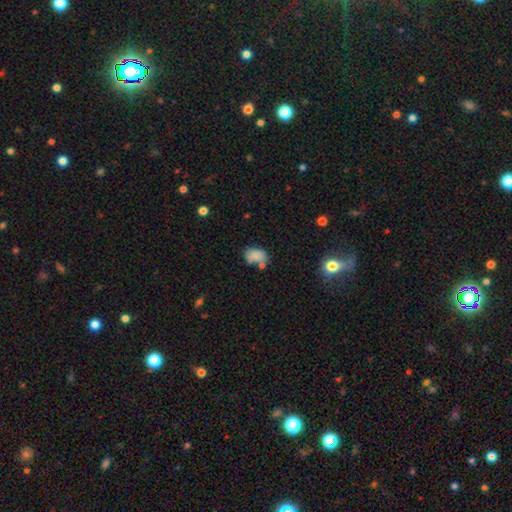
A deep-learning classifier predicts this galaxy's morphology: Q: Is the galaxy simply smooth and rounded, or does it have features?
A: smooth — 81%.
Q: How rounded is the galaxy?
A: in between — 82%.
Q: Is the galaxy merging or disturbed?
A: none — 54%.